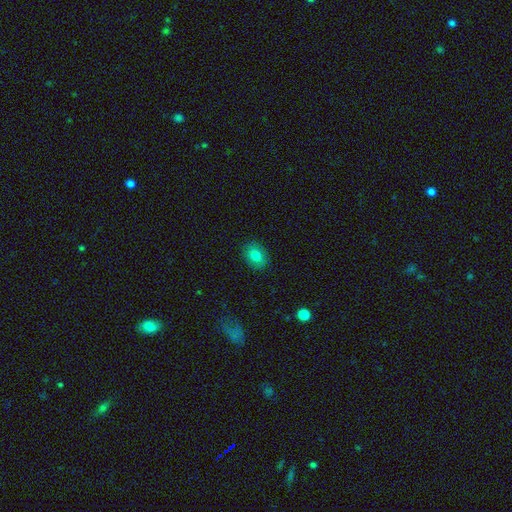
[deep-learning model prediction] smooth-or-featured: smooth: 81% | star or artifact: 10% | featured or disk: 9%
  how-rounded: in between: 64% | round: 35% | cigar-shaped: 1%
  merging: none: 88% | minor disturbance: 9% | major disturbance: 2% | merger: 1%